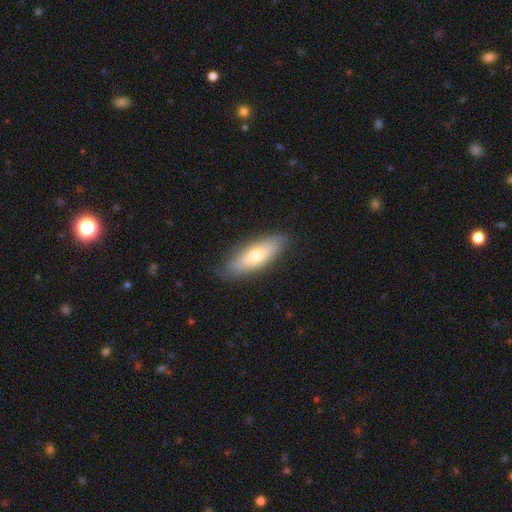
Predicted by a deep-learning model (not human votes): Q: Smooth or featured?
A: smooth (63%); runner-up: featured or disk (31%)
Q: How rounded?
A: in between (59%); runner-up: cigar-shaped (39%)
Q: Merging?
A: none (82%); runner-up: minor disturbance (14%)